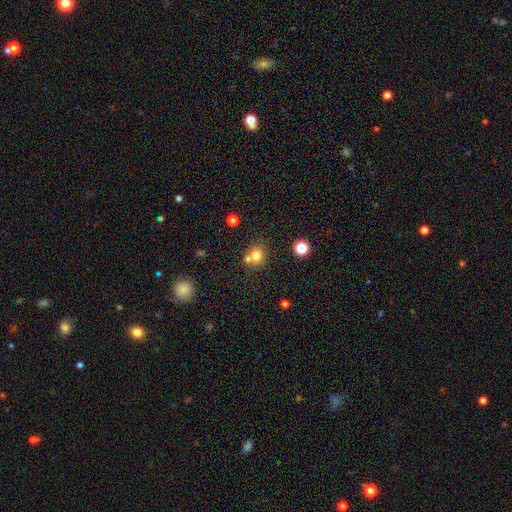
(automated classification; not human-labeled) Smooth or featured?
  - smooth: 75% *
  - star or artifact: 14%
  - featured or disk: 11%
How rounded?
  - round: 80% *
  - in between: 19%
  - cigar-shaped: 1%
Merging?
  - none: 55% *
  - merger: 32%
  - minor disturbance: 9%
  - major disturbance: 3%